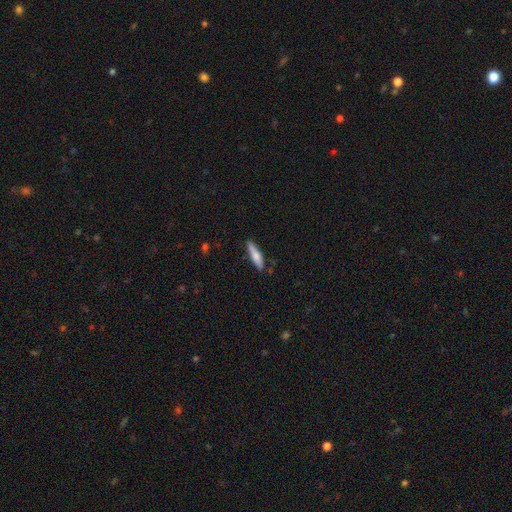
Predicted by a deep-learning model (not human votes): A smooth galaxy with no disk features (69%) that is cigar-shaped (78%).

Vote fractions:
- Smooth or featured? smooth: 69% / featured or disk: 25% / star or artifact: 6%
- How rounded? cigar-shaped: 78% / in between: 21% / round: 2%
- Merging? none: 81% / minor disturbance: 15% / major disturbance: 2% / merger: 2%